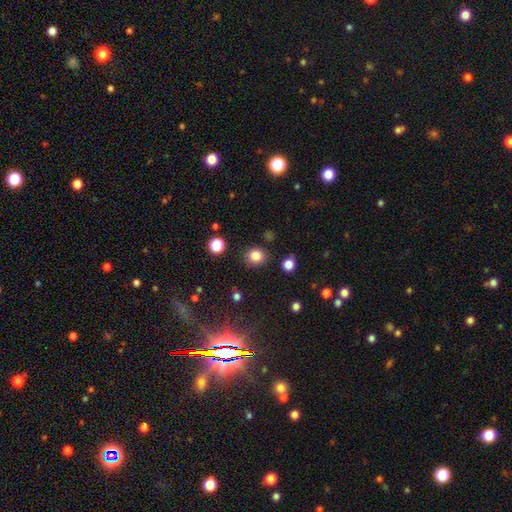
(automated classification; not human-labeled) smooth 83%, star or artifact 13%, featured or disk 4%. Down the decision tree: how rounded — round (86%); merging — none (85%).